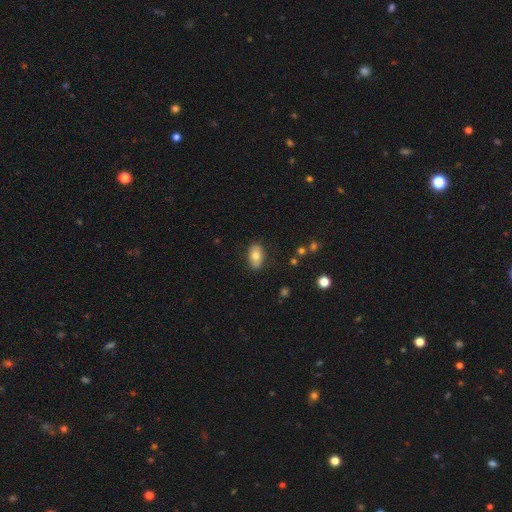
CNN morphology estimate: smooth_or_featured: smooth (p=0.75) [alt: featured or disk p=0.18]
how_rounded: in between (p=0.90) [alt: round p=0.08]
merging: none (p=0.82) [alt: minor disturbance p=0.14]